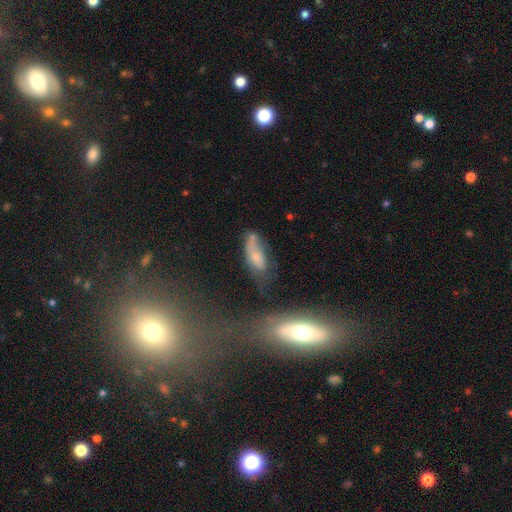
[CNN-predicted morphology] type=smooth (55%); roundness=in between (71%); merging=none (40%).